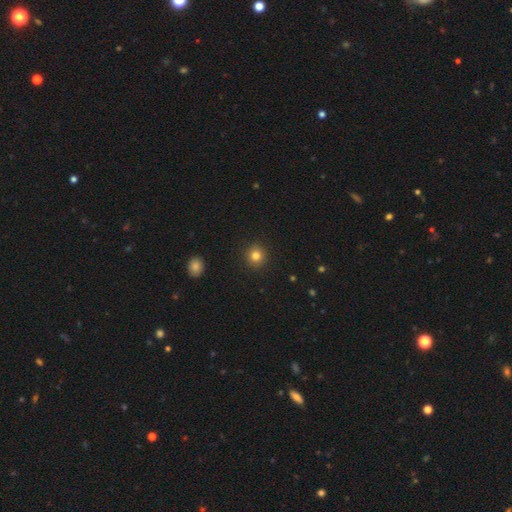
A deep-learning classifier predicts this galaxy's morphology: Smooth or featured: smooth — 82% (star or artifact — 12%)
How rounded: round — 93% (in between — 6%)
Merging: none — 92% (minor disturbance — 5%)